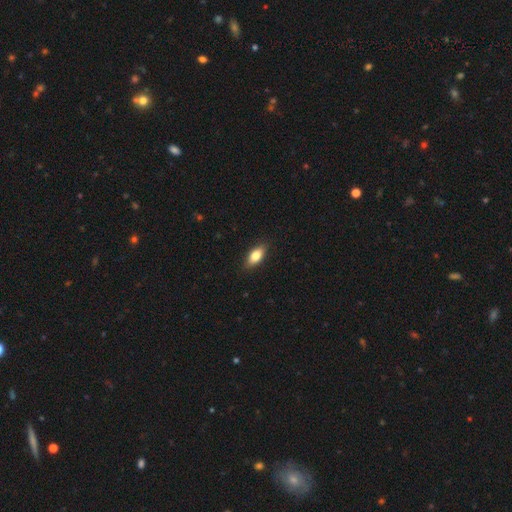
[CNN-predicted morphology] type=smooth (79%); roundness=in between (84%); merging=none (88%).